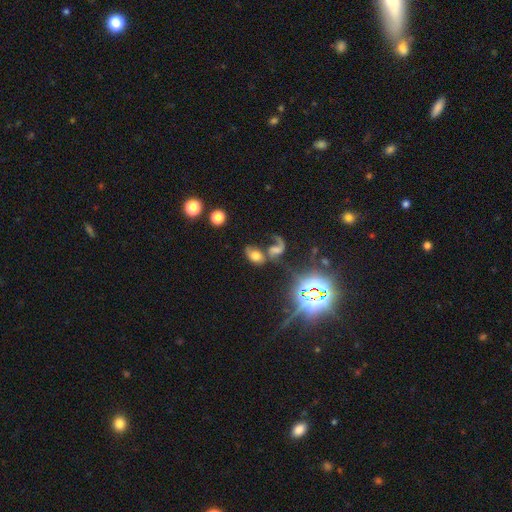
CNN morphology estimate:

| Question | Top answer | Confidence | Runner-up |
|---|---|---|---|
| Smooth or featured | smooth | 49% | featured or disk (29%) |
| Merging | merger | 47% | none (29%) |